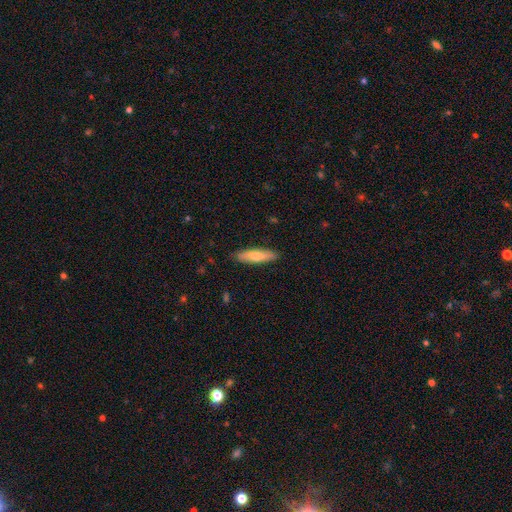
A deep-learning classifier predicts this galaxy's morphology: This is likely a smooth galaxy (69%). How rounded: likely cigar-shaped (74%). Merging: clearly none (88%).